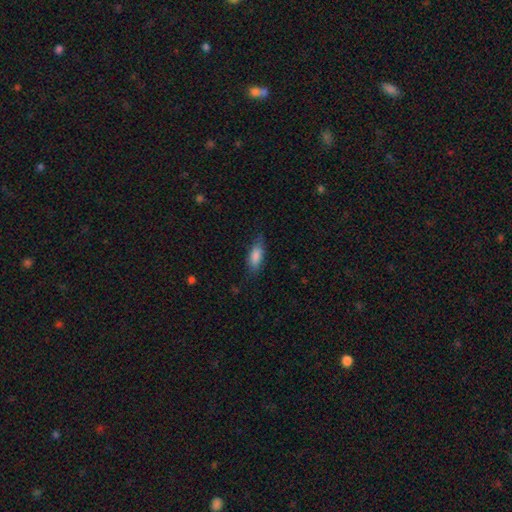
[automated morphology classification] Smooth or featured: smooth — 83% (featured or disk — 10%)
How rounded: in between — 69% (cigar-shaped — 29%)
Merging: none — 77% (minor disturbance — 18%)